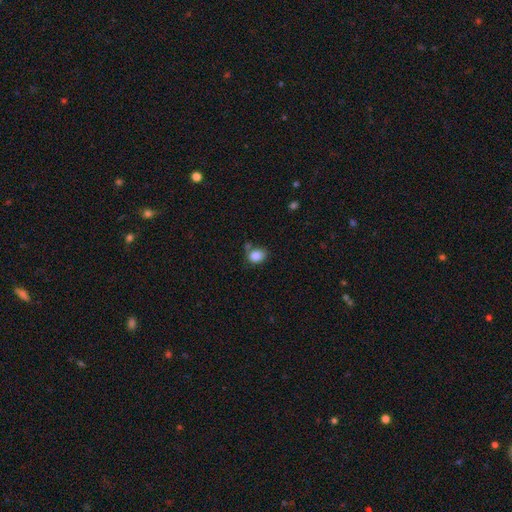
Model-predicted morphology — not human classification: Smooth or featured: smooth — 85% (star or artifact — 9%)
How rounded: round — 51% (in between — 48%)
Merging: none — 59% (minor disturbance — 21%)